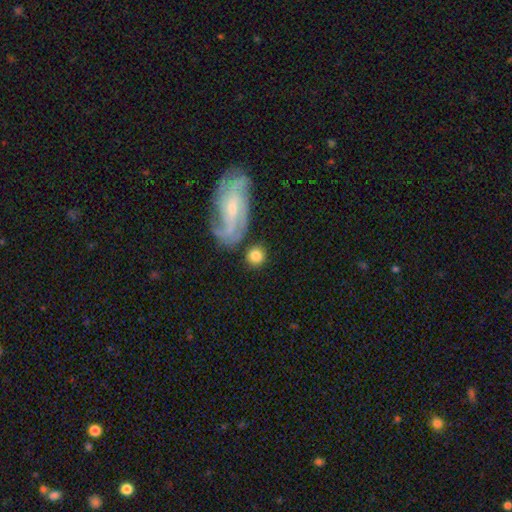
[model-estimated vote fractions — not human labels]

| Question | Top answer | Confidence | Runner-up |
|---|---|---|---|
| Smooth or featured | smooth | 77% | featured or disk (17%) |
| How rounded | round | 84% | in between (14%) |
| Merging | none | 74% | minor disturbance (11%) |